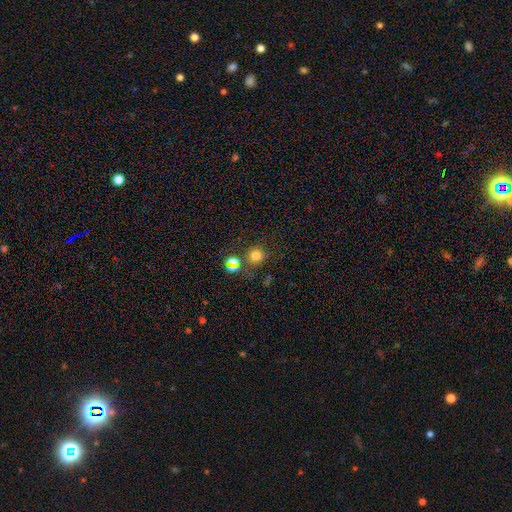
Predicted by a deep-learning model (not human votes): smooth 74%, star or artifact 19%, featured or disk 8%. Down the decision tree: how rounded — round (88%); merging — none (72%).